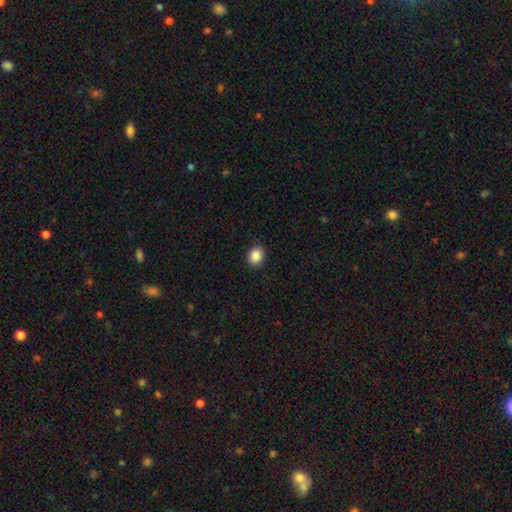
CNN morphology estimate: type=smooth (88%); roundness=round (63%); merging=none (90%).